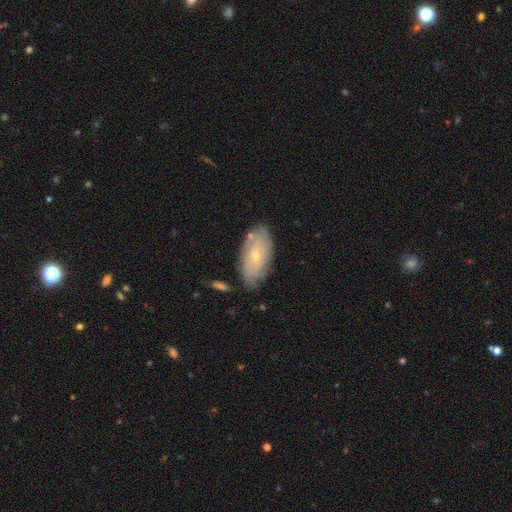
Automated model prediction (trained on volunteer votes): Smooth or featured: featured or disk — 53% (smooth — 40%)
Edge-on disk: no — 88% (yes — 12%)
Merging: none — 73% (minor disturbance — 19%)